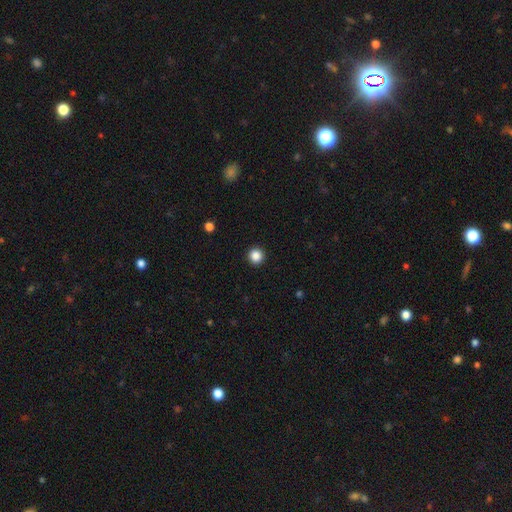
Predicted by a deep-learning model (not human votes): A smooth galaxy with no disk features (87%) that is round (95%). Merging: none (93%).